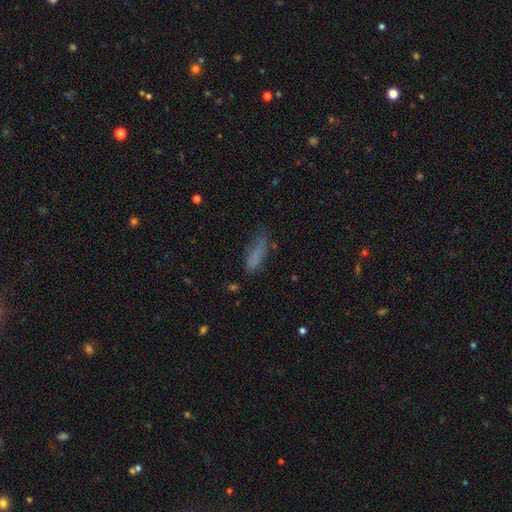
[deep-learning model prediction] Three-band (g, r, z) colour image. It shows a smooth galaxy with no disk features (78%) that is cigar-shaped (60%). Merging: none (55%).